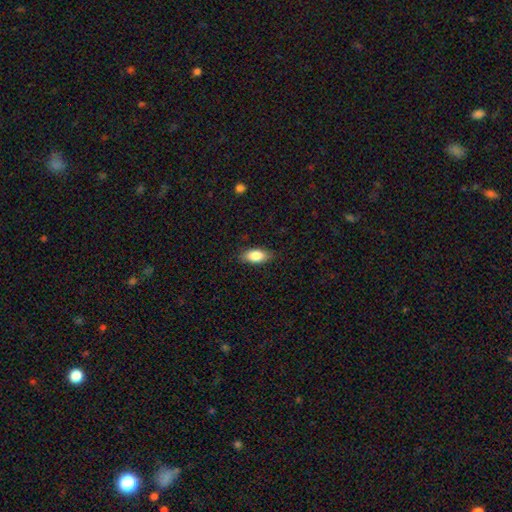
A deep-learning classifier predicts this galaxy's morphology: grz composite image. It shows a smooth galaxy with no disk features (84%) that is in between round and cigar-shaped (88%). Merging: none (84%).